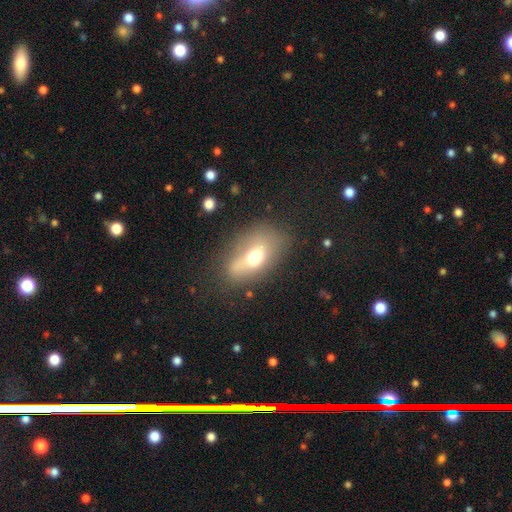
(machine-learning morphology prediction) Smooth or featured? smooth (61%)
How rounded? in between (84%)
Merging? none (52%)